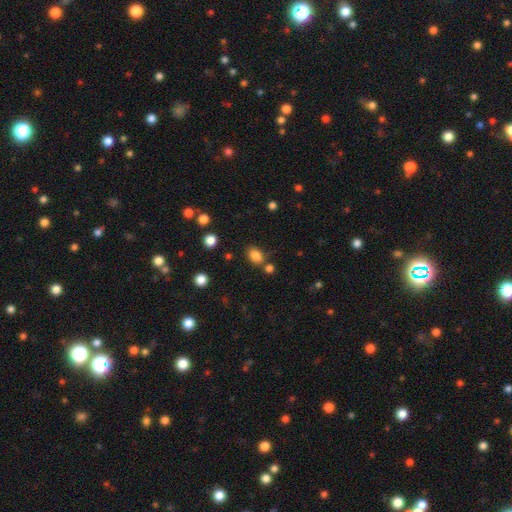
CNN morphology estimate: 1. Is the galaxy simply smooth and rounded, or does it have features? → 84% smooth, 11% star or artifact, 5% featured or disk.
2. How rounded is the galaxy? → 72% in between, 27% round, 1% cigar-shaped.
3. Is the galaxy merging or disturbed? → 73% none, 13% minor disturbance, 10% merger, 4% major disturbance.